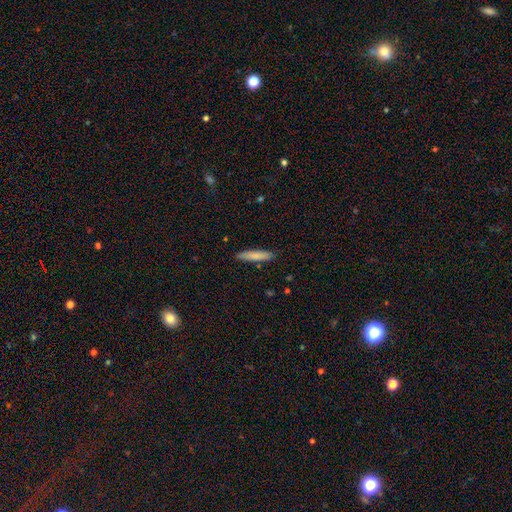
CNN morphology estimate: Q: Smooth or featured?
A: smooth (80%); runner-up: featured or disk (14%)
Q: How rounded?
A: cigar-shaped (87%); runner-up: in between (11%)
Q: Merging?
A: none (88%); runner-up: minor disturbance (9%)